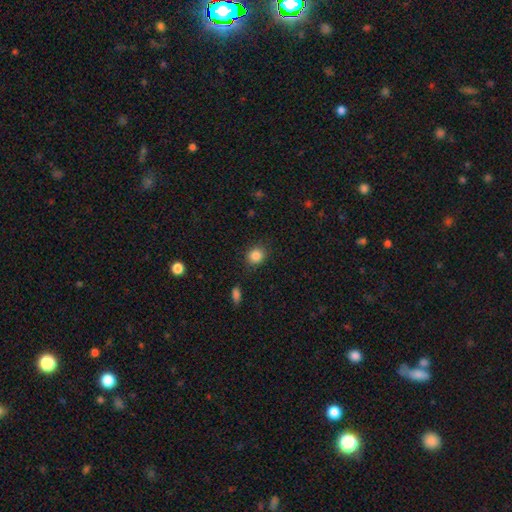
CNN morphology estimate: Smooth or featured? Predicted: smooth (p=0.86). How rounded? Predicted: round (p=0.76). Merging? Predicted: none (p=0.85).